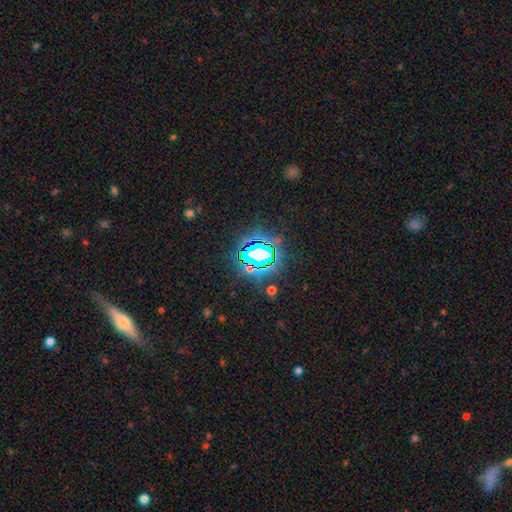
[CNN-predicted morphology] smooth-or-featured: star or artifact: 75% | smooth: 14% | featured or disk: 11%